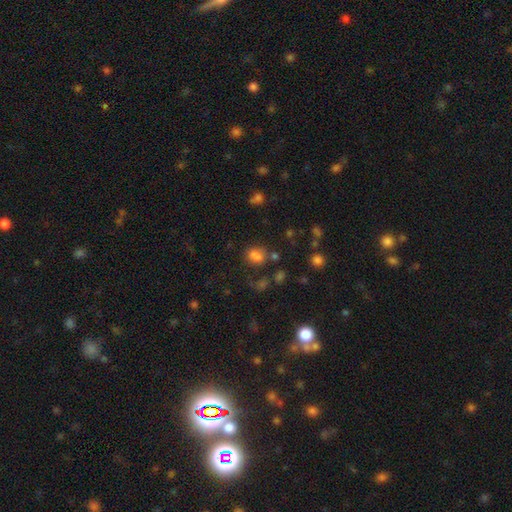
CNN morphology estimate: Q: Smooth or featured?
A: smooth (74%); runner-up: star or artifact (17%)
Q: How rounded?
A: in between (51%); runner-up: round (47%)
Q: Merging?
A: none (59%); runner-up: minor disturbance (17%)